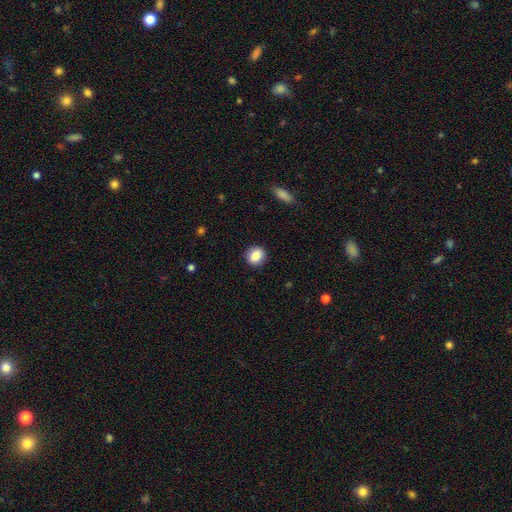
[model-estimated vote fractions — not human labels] Morphology: type=smooth (86%); roundness=round (83%); merging=none (90%).